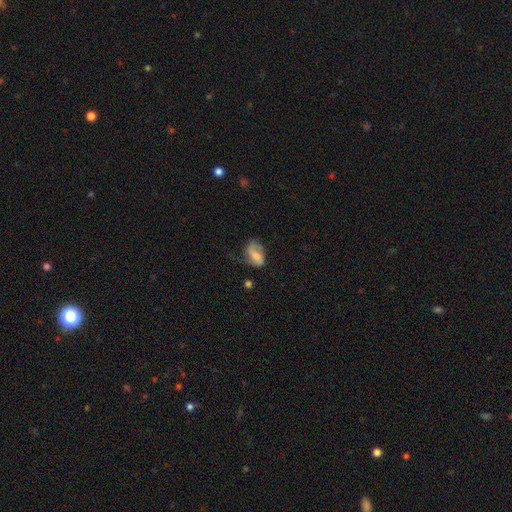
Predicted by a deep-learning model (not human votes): smooth_or_featured: smooth (p=0.60) [alt: featured or disk p=0.32]
how_rounded: in between (p=0.88) [alt: round p=0.10]
merging: none (p=0.38) [alt: minor disturbance p=0.32]